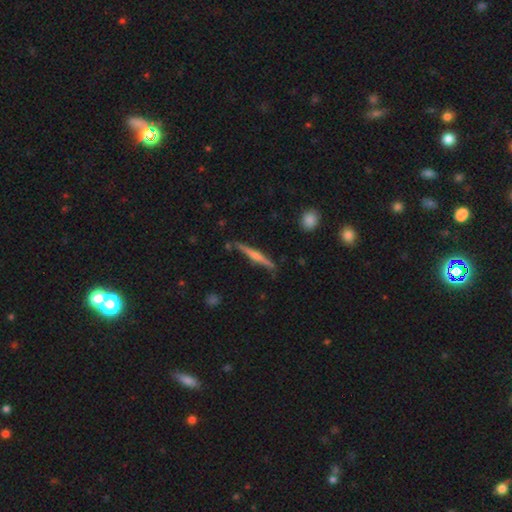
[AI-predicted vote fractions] A featured or disk galaxy (67%) viewed edge-on (98%) with a rounded central bulge (80%). Merging: none (86%).